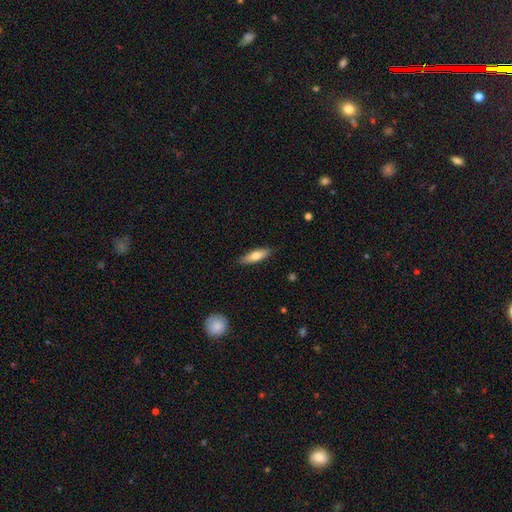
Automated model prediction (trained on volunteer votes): A smooth galaxy with no disk features (66%) that is cigar-shaped (52%).

Vote fractions:
- Smooth or featured? smooth: 66% / featured or disk: 28% / star or artifact: 6%
- How rounded? cigar-shaped: 52% / in between: 46% / round: 2%
- Merging? none: 86% / minor disturbance: 10% / major disturbance: 2% / merger: 1%